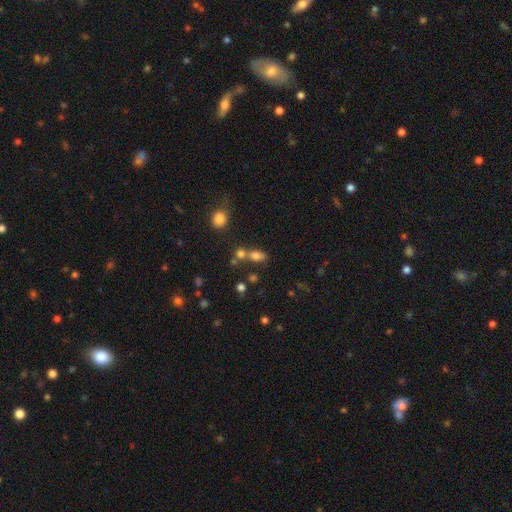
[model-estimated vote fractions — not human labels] The model was most divided on "merging": none: 44%, merger: 39%, minor disturbance: 11%, major disturbance: 6%. More confident: smooth or featured — smooth (75%); how rounded — in between (73%).